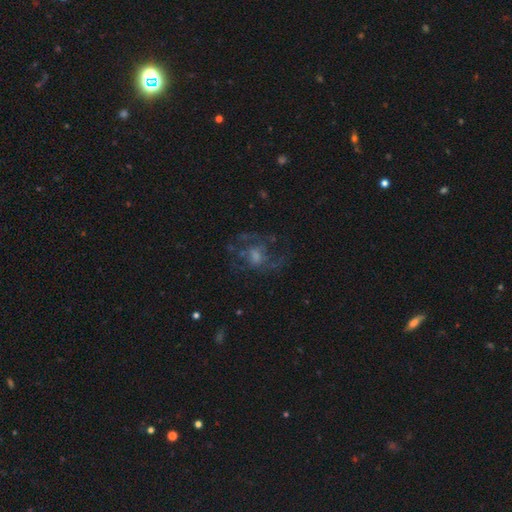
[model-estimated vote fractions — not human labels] A featured or disk galaxy (61%) with no bar (70%), spiral arms (60%) and a moderate central bulge (39%). Merging: none (56%).